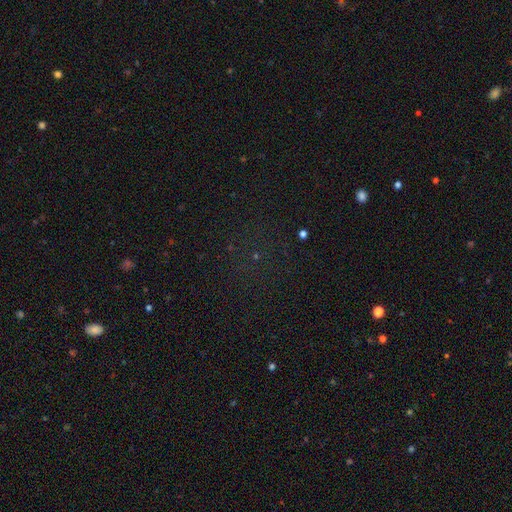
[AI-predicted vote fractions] Overall: star or artifact (65%).